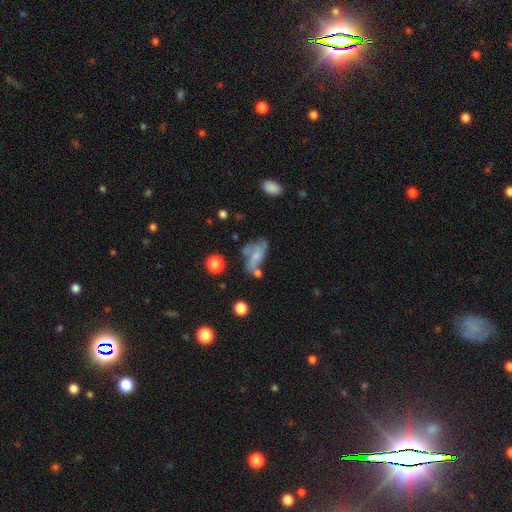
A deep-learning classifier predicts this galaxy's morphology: Smooth or featured: featured or disk — 44% (tied with smooth — 44%)
Merging: none — 32% (major disturbance — 26%)